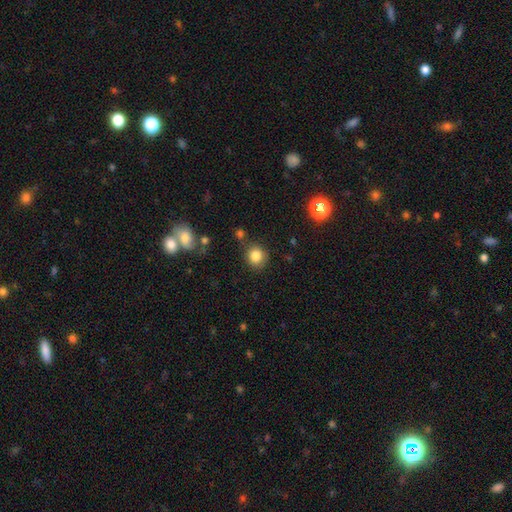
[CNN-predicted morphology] Smooth or featured?
  - smooth: 84% *
  - star or artifact: 11%
  - featured or disk: 5%
How rounded?
  - round: 84% *
  - in between: 15%
  - cigar-shaped: 1%
Merging?
  - none: 79% *
  - minor disturbance: 12%
  - merger: 6%
  - major disturbance: 4%